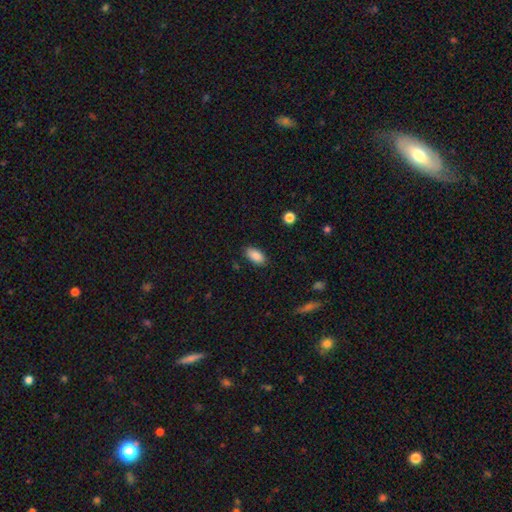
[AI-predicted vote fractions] Smooth or featured? Predicted: smooth (p=0.88). How rounded? Predicted: in between (p=0.92). Merging? Predicted: none (p=0.84).